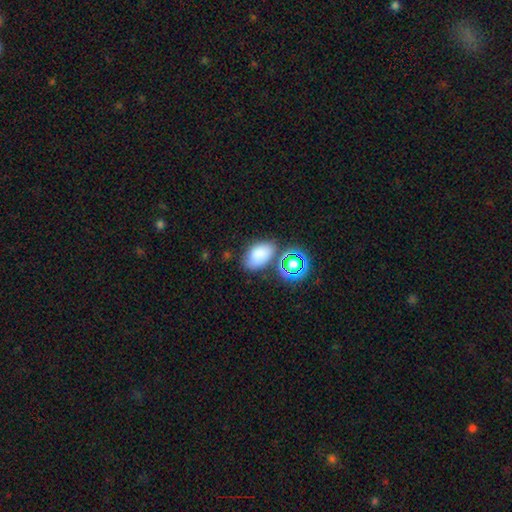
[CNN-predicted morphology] Smooth or featured: smooth — 77% (star or artifact — 15%)
How rounded: in between — 85% (round — 13%)
Merging: none — 70% (minor disturbance — 15%)